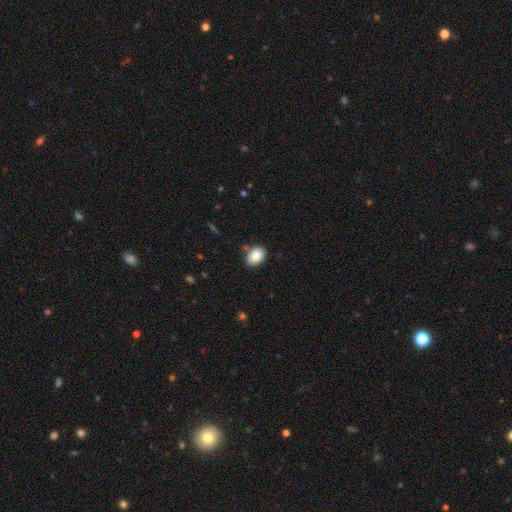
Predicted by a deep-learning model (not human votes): Q: Smooth or featured?
A: smooth (84%); runner-up: star or artifact (8%)
Q: How rounded?
A: in between (76%); runner-up: round (23%)
Q: Merging?
A: none (81%); runner-up: minor disturbance (13%)